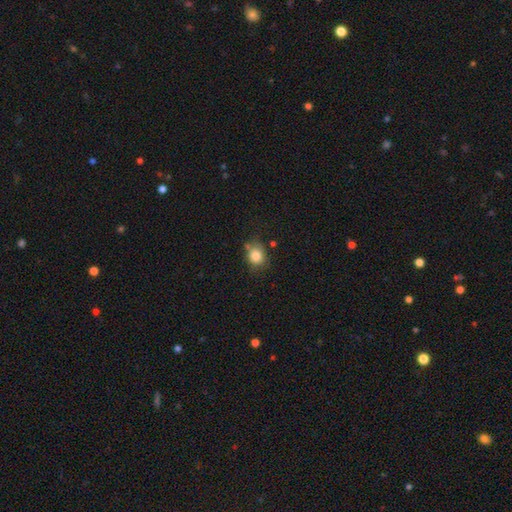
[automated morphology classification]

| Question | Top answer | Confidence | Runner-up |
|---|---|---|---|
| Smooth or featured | smooth | 83% | star or artifact (10%) |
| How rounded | round | 69% | in between (30%) |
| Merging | none | 68% | minor disturbance (19%) |